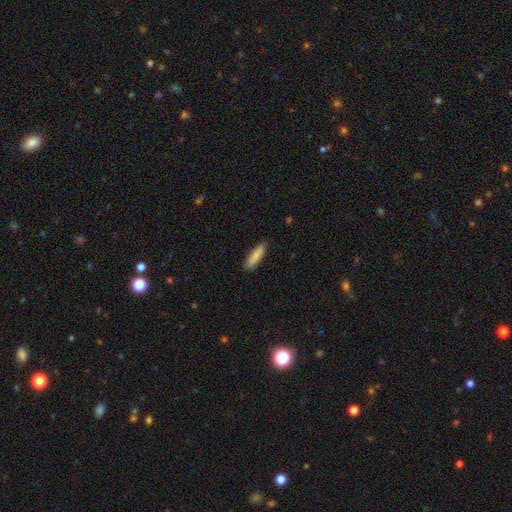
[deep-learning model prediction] Q: Smooth or featured?
A: smooth (85%); runner-up: featured or disk (9%)
Q: How rounded?
A: cigar-shaped (66%); runner-up: in between (33%)
Q: Merging?
A: none (86%); runner-up: minor disturbance (11%)